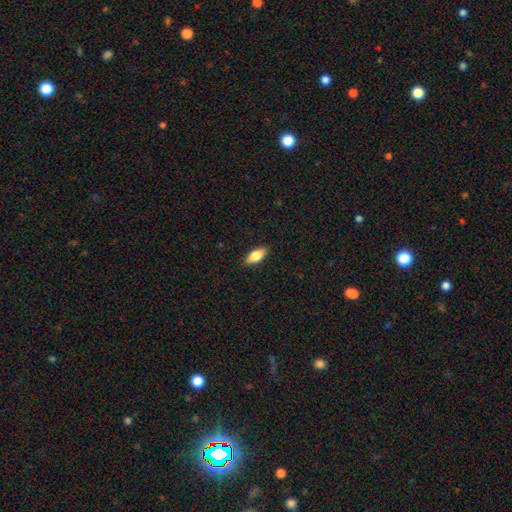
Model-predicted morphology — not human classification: Q: Smooth or featured?
A: smooth (76%); runner-up: featured or disk (17%)
Q: How rounded?
A: in between (82%); runner-up: cigar-shaped (16%)
Q: Merging?
A: none (89%); runner-up: minor disturbance (9%)